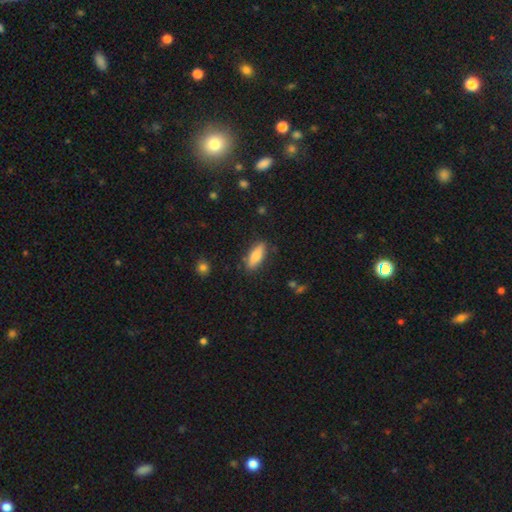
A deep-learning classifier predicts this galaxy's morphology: type=smooth (80%); roundness=in between (66%); merging=none (83%).